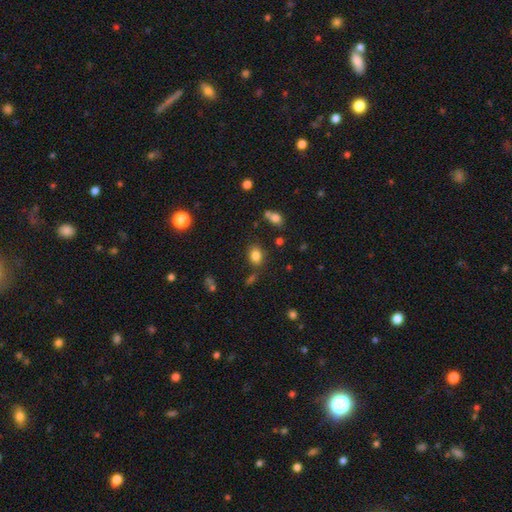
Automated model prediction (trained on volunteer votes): smooth_or_featured: smooth (p=0.83) [alt: star or artifact p=0.11]
how_rounded: in between (p=0.73) [alt: round p=0.26]
merging: none (p=0.75) [alt: minor disturbance p=0.14]